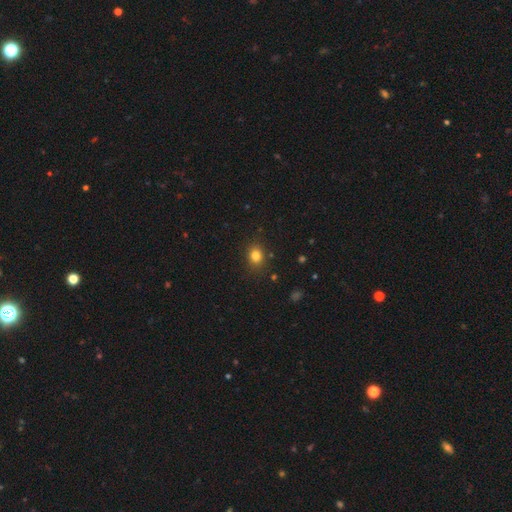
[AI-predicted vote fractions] This is clearly a smooth galaxy (81%). How rounded: likely round (61%). Merging: clearly none (85%).